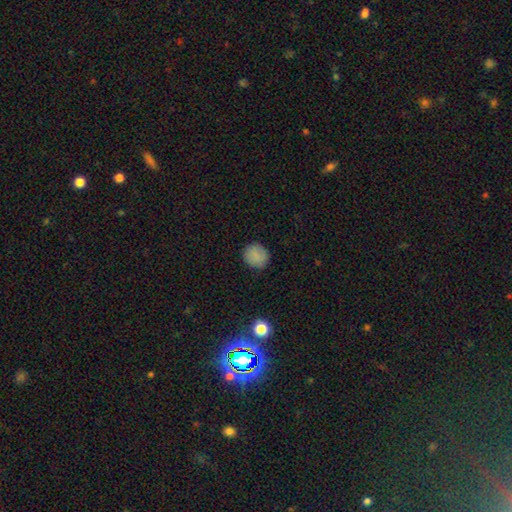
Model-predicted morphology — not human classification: Smooth or featured? Predicted: smooth (p=0.85). How rounded? Predicted: round (p=0.82). Merging? Predicted: none (p=0.88).